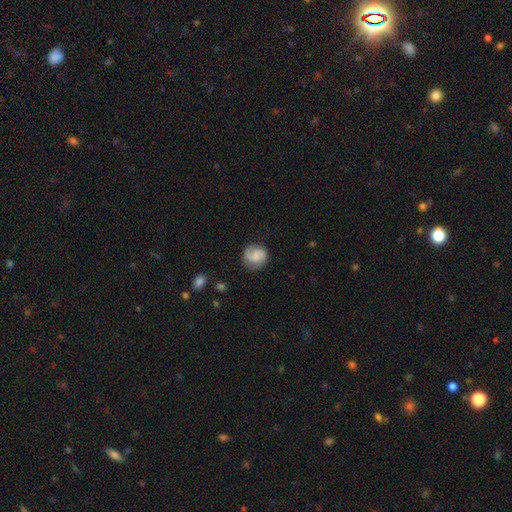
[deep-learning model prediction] Q: Smooth or featured?
A: featured or disk (63%); runner-up: smooth (30%)
Q: Edge-on disk?
A: no (98%); runner-up: yes (2%)
Q: Bar?
A: weak (46%); runner-up: no (45%)
Q: Spiral arms?
A: yes (94%); runner-up: no (6%)
Q: Spiral winding?
A: medium (46%); runner-up: tight (27%)
Q: Spiral arm count?
A: 2 (83%); runner-up: can't tell (6%)
Q: Bulge size?
A: none (36%); runner-up: small (35%)
Q: Merging?
A: none (79%); runner-up: minor disturbance (15%)